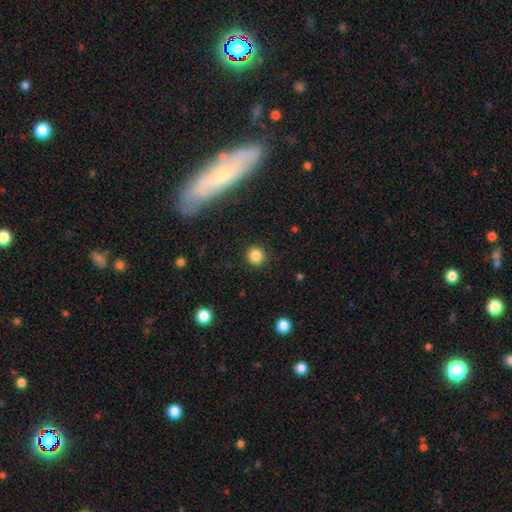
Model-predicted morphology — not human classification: Q: Smooth or featured?
A: smooth (84%); runner-up: star or artifact (12%)
Q: How rounded?
A: round (89%); runner-up: in between (10%)
Q: Merging?
A: none (90%); runner-up: minor disturbance (7%)